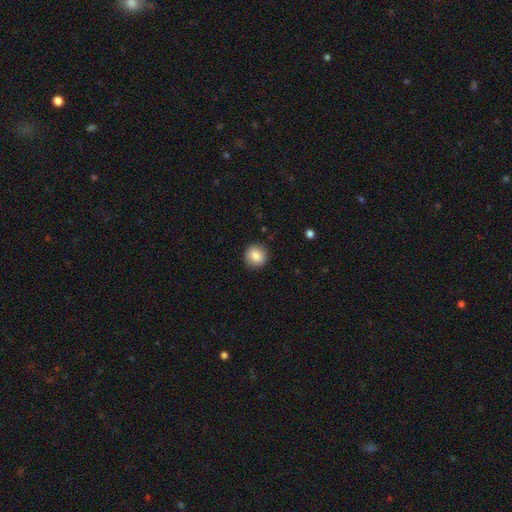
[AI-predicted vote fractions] Overall: smooth (85%). How rounded: round (90%). Merging: none (90%).